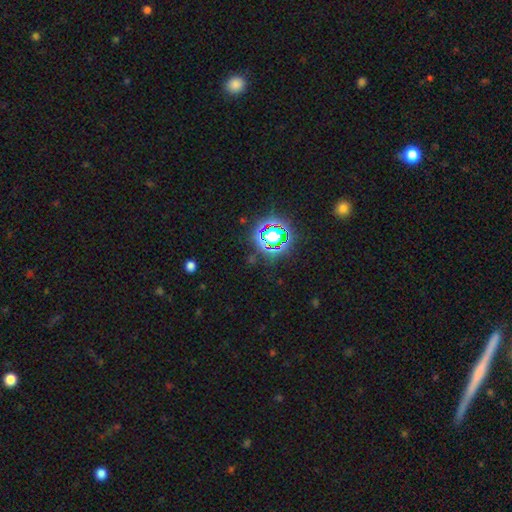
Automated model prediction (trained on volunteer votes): Smooth or featured?
  - star or artifact: 77% *
  - smooth: 15%
  - featured or disk: 8%